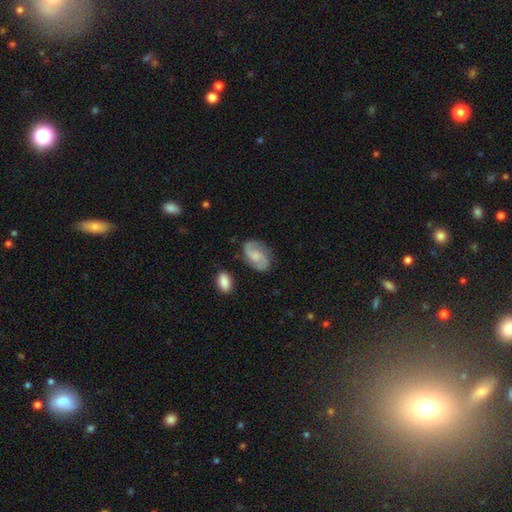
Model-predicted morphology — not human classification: Smooth or featured?
  - featured or disk: 65% *
  - smooth: 28%
  - star or artifact: 7%
Edge-on disk?
  - no: 97% *
  - yes: 3%
Bar?
  - no: 56% *
  - weak: 38%
  - strong: 6%
Spiral arms?
  - yes: 93% *
  - no: 7%
Spiral winding?
  - medium: 45% *
  - loose: 35%
  - tight: 20%
Spiral arm count?
  - 2: 88% *
  - can't tell: 6%
  - 1: 3%
  - 3: 1%
  - 4: 1%
  - more than 4: 1%
Bulge size?
  - small: 33% *
  - moderate: 30%
  - none: 27%
  - large: 7%
  - dominant: 2%
Merging?
  - none: 75% *
  - minor disturbance: 17%
  - major disturbance: 5%
  - merger: 3%